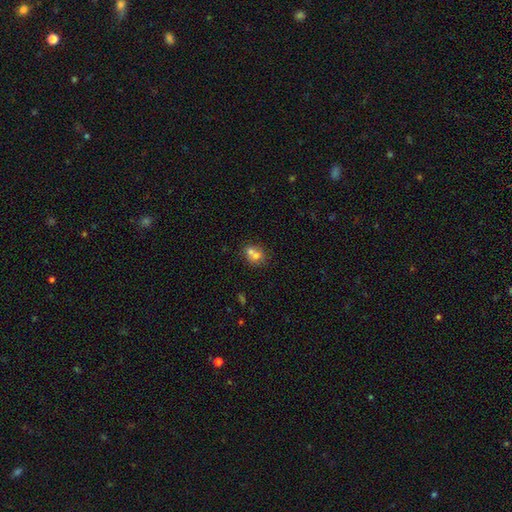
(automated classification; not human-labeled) The model was most divided on "merging": merger: 58%, none: 33%, minor disturbance: 7%, major disturbance: 3%. More confident: how rounded — round (73%); smooth or featured — smooth (66%).